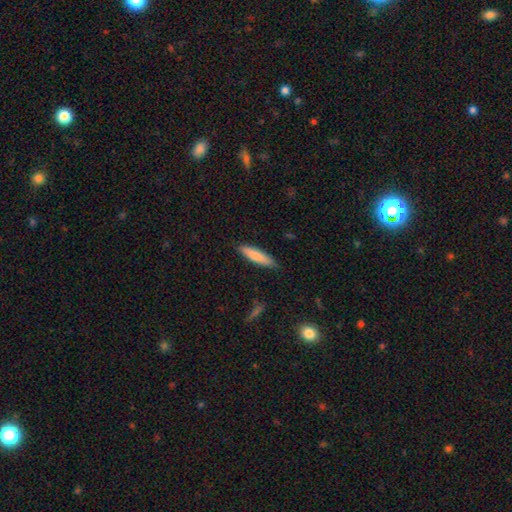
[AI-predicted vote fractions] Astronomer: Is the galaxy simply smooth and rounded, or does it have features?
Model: smooth — 80%.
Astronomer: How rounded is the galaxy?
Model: cigar-shaped — 74%.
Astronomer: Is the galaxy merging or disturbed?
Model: none — 86%.